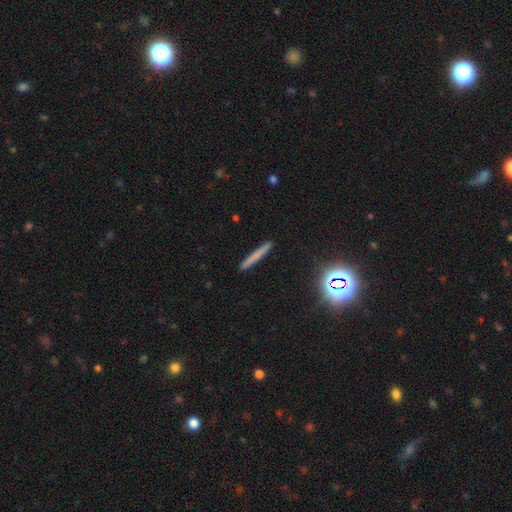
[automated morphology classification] Overall: smooth (63%; featured or disk 24%). How rounded: cigar-shaped (95%). Merging: none (91%).